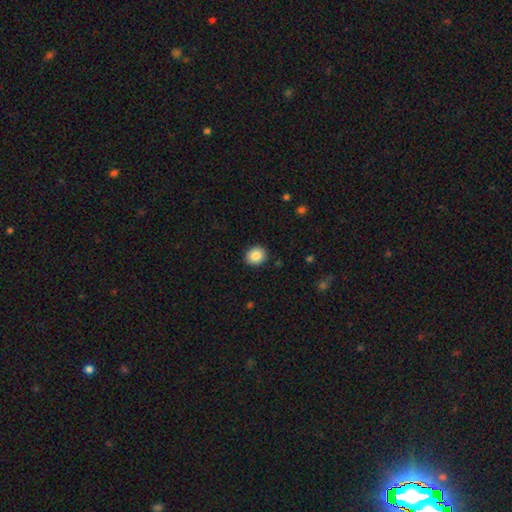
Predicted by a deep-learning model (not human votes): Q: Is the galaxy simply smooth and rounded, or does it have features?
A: smooth — 86%.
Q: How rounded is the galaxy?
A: round — 81%.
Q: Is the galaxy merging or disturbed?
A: none — 91%.